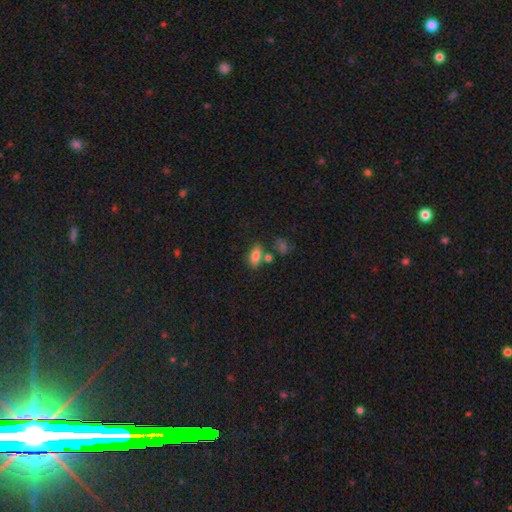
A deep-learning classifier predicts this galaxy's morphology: smooth-or-featured: smooth: 81% | featured or disk: 10% | star or artifact: 9%
  how-rounded: in between: 84% | cigar-shaped: 10% | round: 6%
  merging: none: 67% | merger: 15% | minor disturbance: 14% | major disturbance: 4%